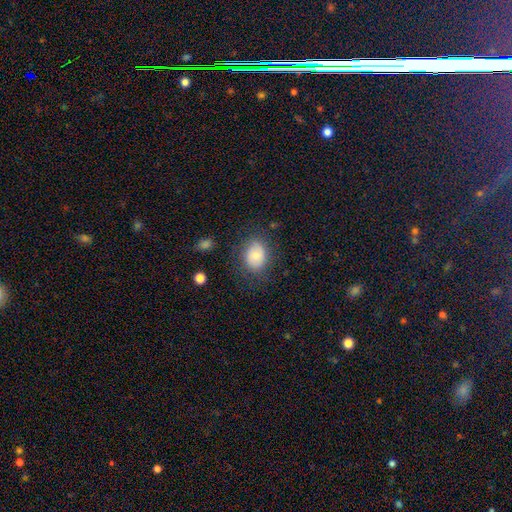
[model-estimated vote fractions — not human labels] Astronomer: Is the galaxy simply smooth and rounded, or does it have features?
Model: smooth — 75%.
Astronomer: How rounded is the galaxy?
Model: in between — 59% (runner-up: round, 40%).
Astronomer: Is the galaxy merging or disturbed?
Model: none — 72%.